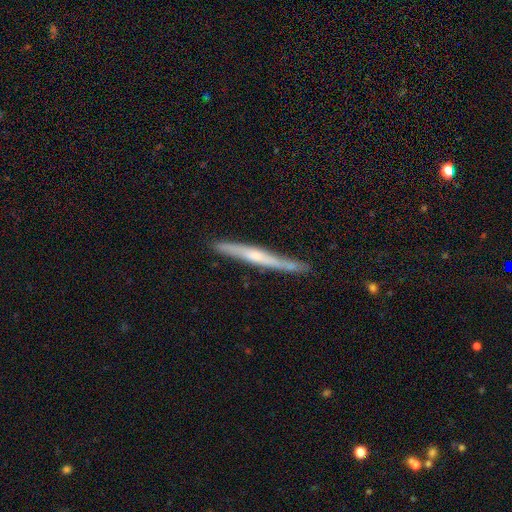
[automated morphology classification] This is likely a featured or disk galaxy (61%). It is clearly viewed edge-on (95%). Edge-on bulge: possibly rounded (51%). Merging: clearly none (81%).